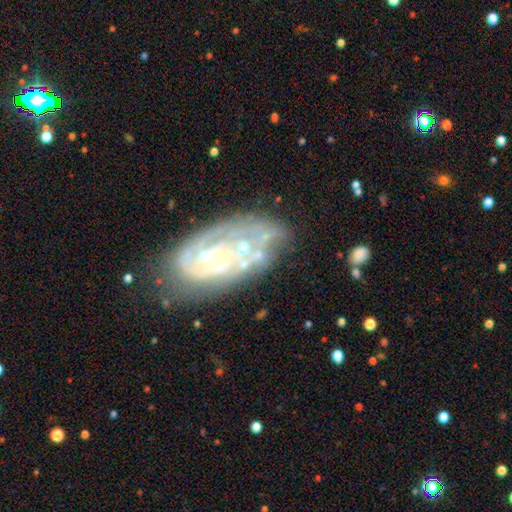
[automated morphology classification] The model was most divided on "spiral arm count": can't tell: 38%, 2: 31%, 3: 13%, 1: 7%, 4: 6%, more than 4: 5%. More confident: edge-on disk — no (95%); spiral arms — yes (83%); smooth or featured — featured or disk (78%); bar — no (74%); bulge size — small (71%); spiral winding — tight (61%); merging — none (61%).